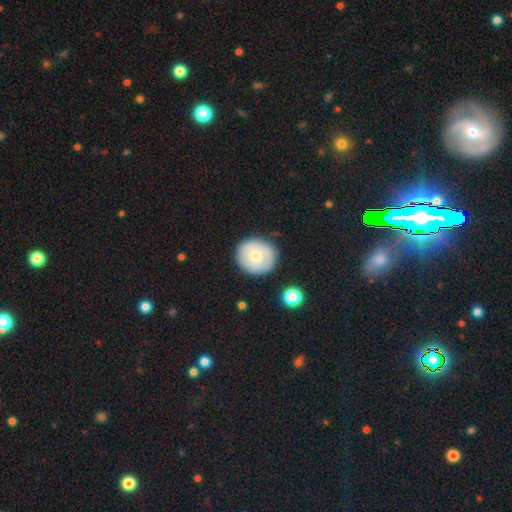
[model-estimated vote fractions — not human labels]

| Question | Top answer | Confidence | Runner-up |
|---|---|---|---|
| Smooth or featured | smooth | 57% | featured or disk (36%) |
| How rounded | round | 84% | in between (15%) |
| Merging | none | 81% | minor disturbance (13%) |